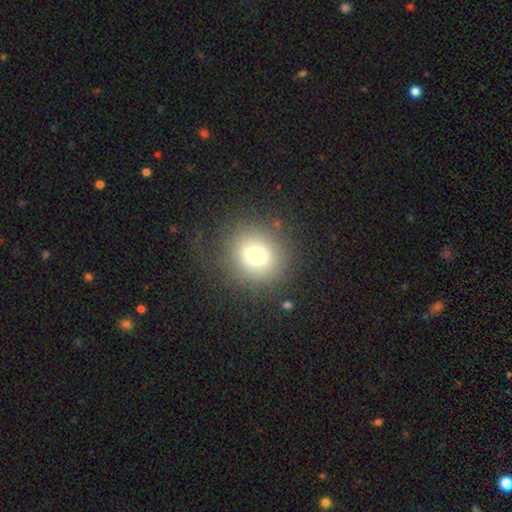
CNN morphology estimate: Overall: smooth (73%). How rounded: round (84%). Merging: none (81%).